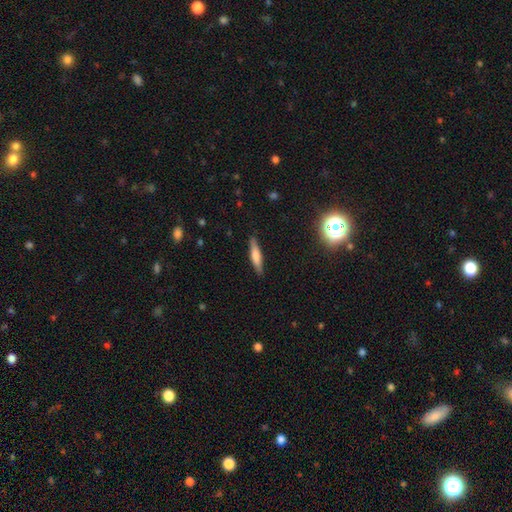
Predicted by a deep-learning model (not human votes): smooth_or_featured: smooth (p=0.63) [alt: featured or disk p=0.30]
how_rounded: cigar-shaped (p=0.83) [alt: in between p=0.16]
merging: none (p=0.87) [alt: minor disturbance p=0.10]